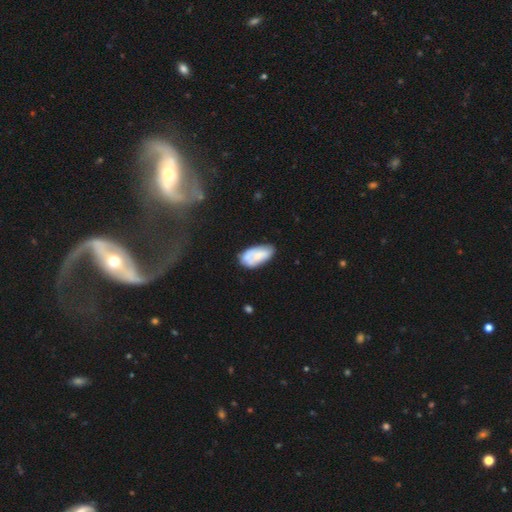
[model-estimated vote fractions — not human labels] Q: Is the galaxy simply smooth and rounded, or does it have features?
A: smooth — 61%.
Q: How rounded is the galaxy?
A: in between — 93%.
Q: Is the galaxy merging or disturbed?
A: none — 57%.